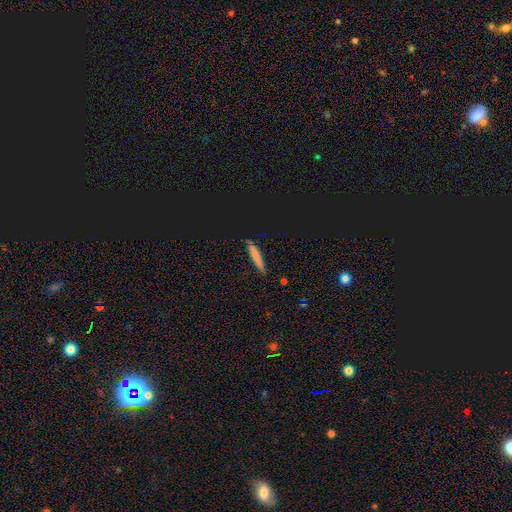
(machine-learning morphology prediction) The model was most divided on "smooth or featured": smooth: 63%, star or artifact: 19%, featured or disk: 17%. More confident: how rounded — cigar-shaped (85%); merging — none (79%).